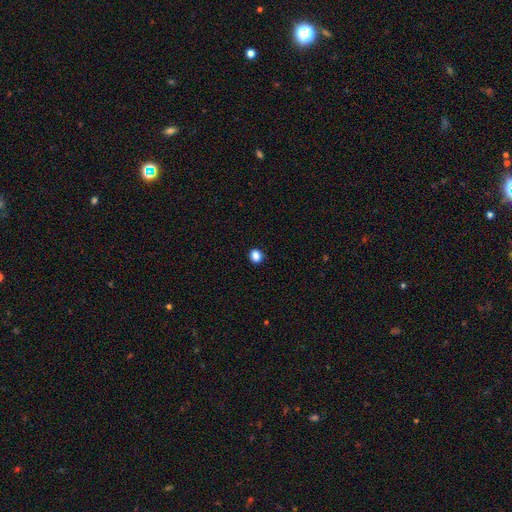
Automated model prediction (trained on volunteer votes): smooth 87%, star or artifact 10%, featured or disk 3%. Down the decision tree: how rounded — round (71%); merging — none (91%).